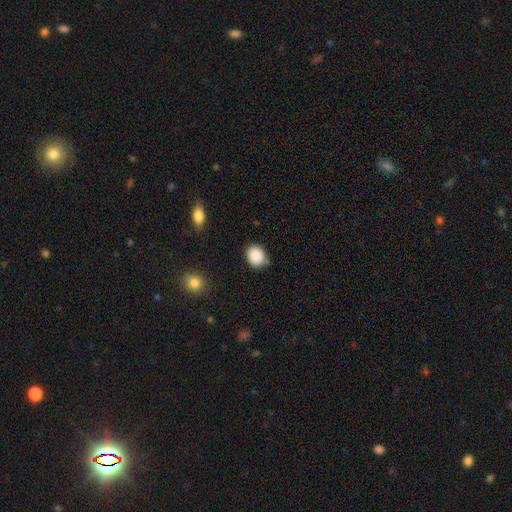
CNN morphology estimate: smooth_or_featured: smooth (p=0.89) [alt: star or artifact p=0.08]
how_rounded: round (p=0.57) [alt: in between p=0.42]
merging: none (p=0.74) [alt: minor disturbance p=0.18]